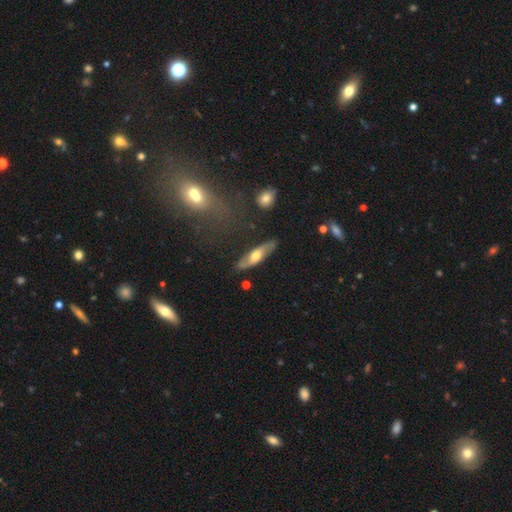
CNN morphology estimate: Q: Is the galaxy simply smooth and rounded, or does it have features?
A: featured or disk — 55%.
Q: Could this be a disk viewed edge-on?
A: no — 52%.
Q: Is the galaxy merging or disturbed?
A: none — 81%.